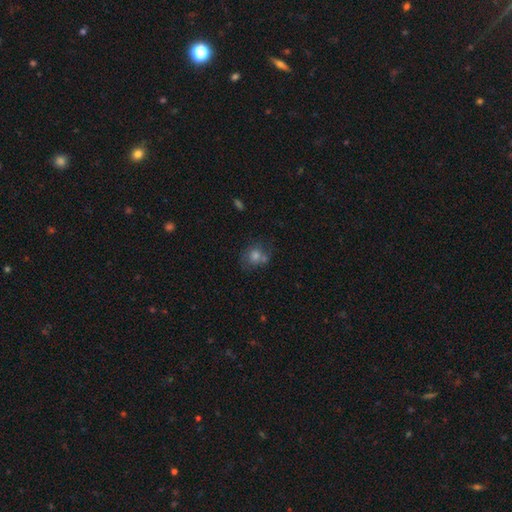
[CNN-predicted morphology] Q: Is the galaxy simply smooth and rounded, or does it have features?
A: smooth — 58%.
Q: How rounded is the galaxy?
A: round — 71%.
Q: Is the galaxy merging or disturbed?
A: none — 56%.